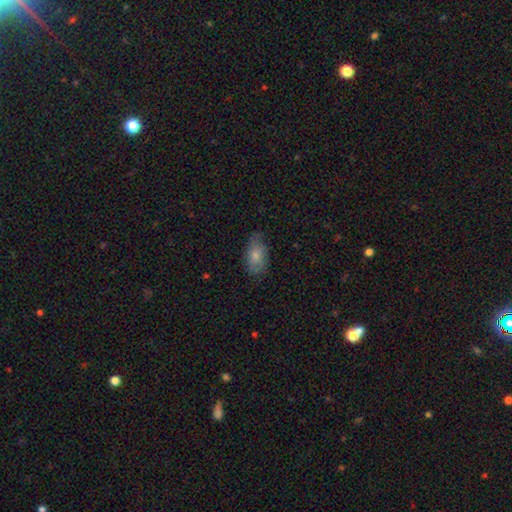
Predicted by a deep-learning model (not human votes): A smooth galaxy with no disk features (76%) that is in between round and cigar-shaped (91%). Merging: none (67%).